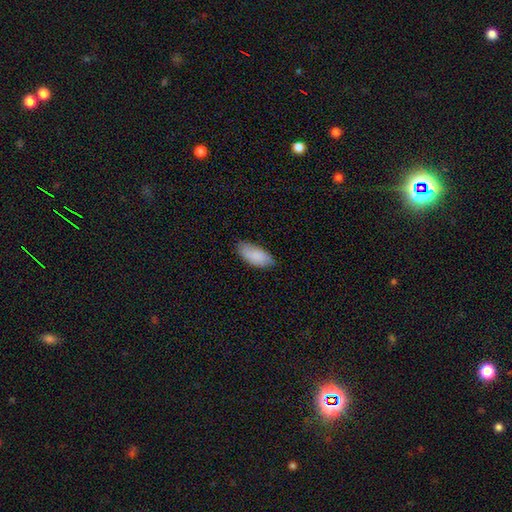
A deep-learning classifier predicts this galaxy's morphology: Q: Smooth or featured?
A: smooth (86%); runner-up: featured or disk (9%)
Q: How rounded?
A: in between (89%); runner-up: cigar-shaped (9%)
Q: Merging?
A: none (80%); runner-up: minor disturbance (17%)